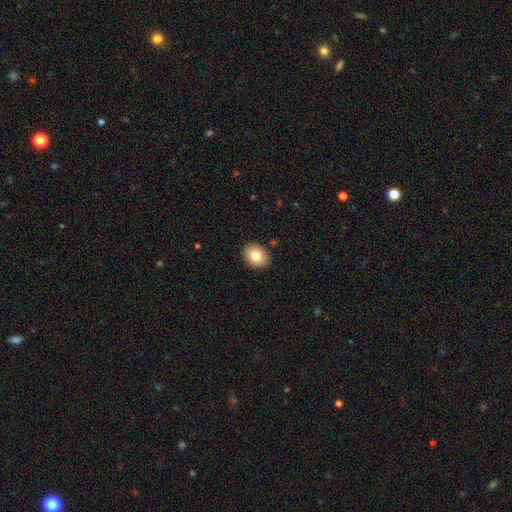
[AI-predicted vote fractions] Morphology: type=smooth (80%); roundness=in between (51%); merging=none (89%).